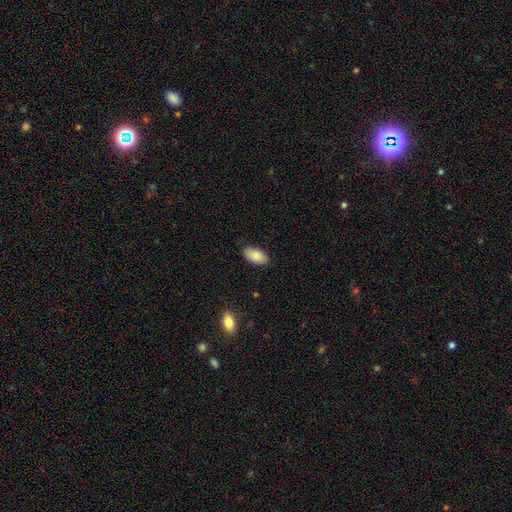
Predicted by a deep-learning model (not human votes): Overall: smooth (85%). How rounded: in between (94%). Merging: none (86%).